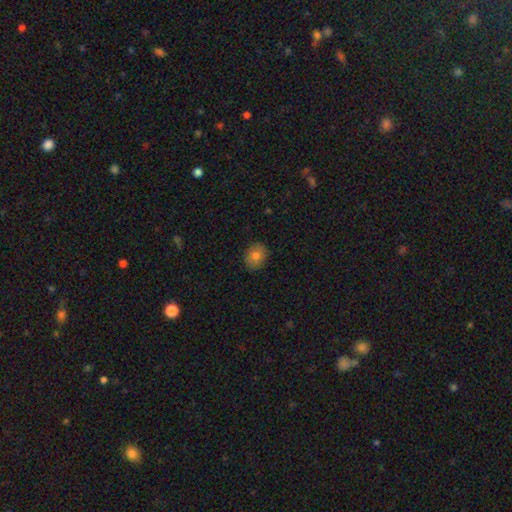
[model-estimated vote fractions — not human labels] Overall: smooth (80%). How rounded: round (58%; in between 41%). Merging: none (86%).